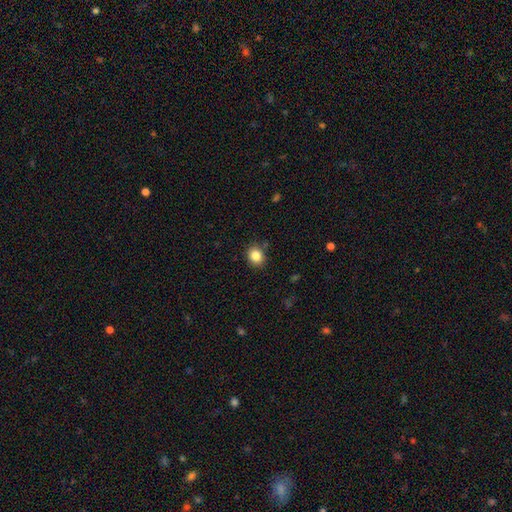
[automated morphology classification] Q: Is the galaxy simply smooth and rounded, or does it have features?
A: smooth — 85%.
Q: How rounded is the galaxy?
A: round — 66%.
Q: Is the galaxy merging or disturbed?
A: none — 84%.